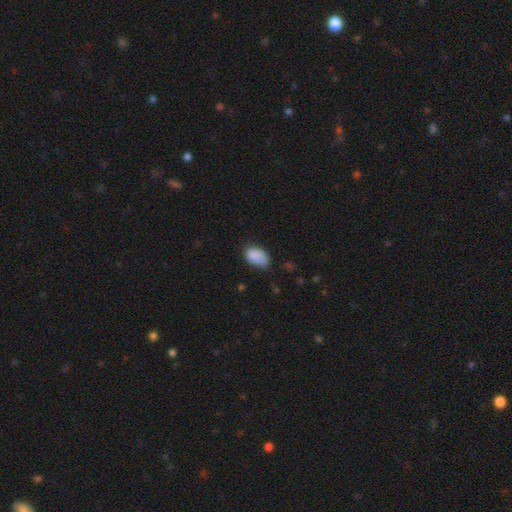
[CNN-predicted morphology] Smooth or featured?
  - smooth: 84% *
  - featured or disk: 8%
  - star or artifact: 7%
How rounded?
  - in between: 91% *
  - round: 8%
  - cigar-shaped: 1%
Merging?
  - none: 53% *
  - minor disturbance: 34%
  - major disturbance: 10%
  - merger: 3%